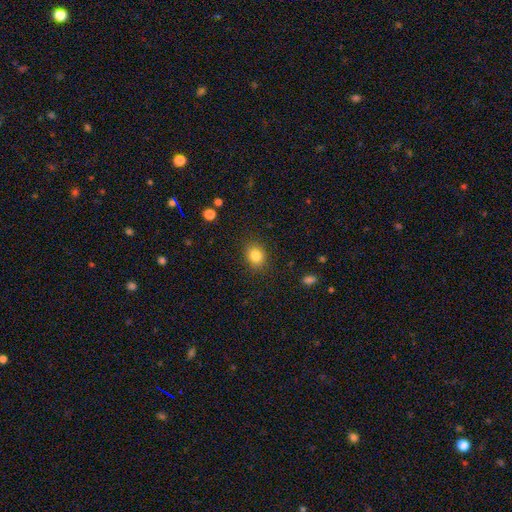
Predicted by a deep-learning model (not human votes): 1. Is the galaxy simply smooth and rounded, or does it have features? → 84% smooth, 10% star or artifact, 6% featured or disk.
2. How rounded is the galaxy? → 62% round, 37% in between, 1% cigar-shaped.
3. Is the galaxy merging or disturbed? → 86% none, 9% minor disturbance, 3% major disturbance, 1% merger.